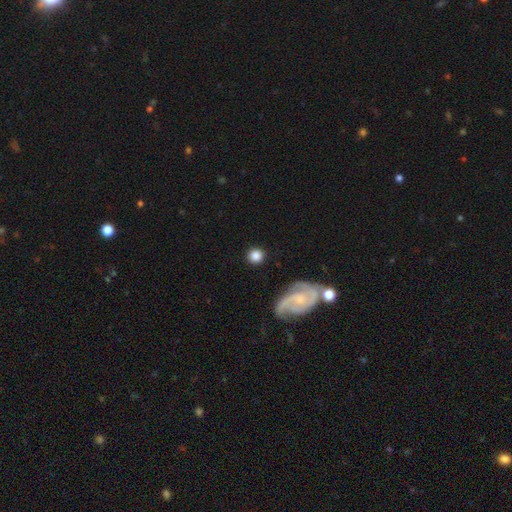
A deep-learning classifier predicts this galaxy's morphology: This appears to be a smooth galaxy with no disk features (78%) that is round (93%). Merging: none (87%).